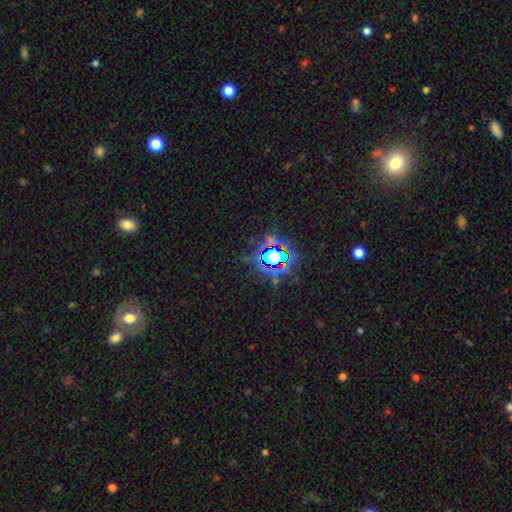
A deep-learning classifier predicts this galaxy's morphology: A star or artifact, not a galaxy (74%).